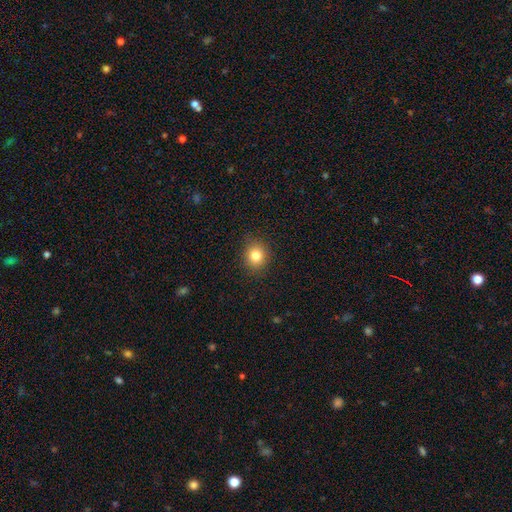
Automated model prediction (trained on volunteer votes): A smooth galaxy with no disk features (82%) that is round (81%). Merging: none (88%).